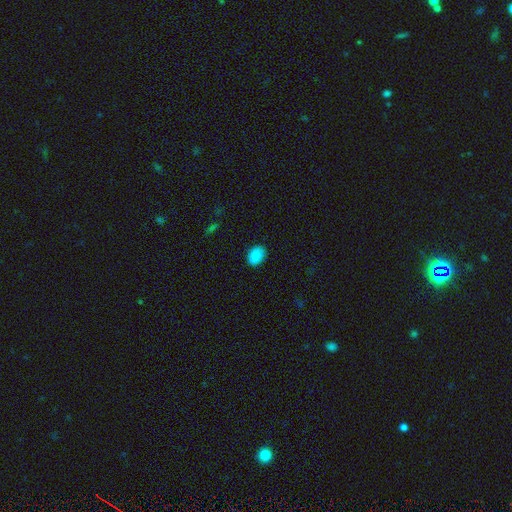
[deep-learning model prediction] This is clearly a smooth galaxy (88%). How rounded: likely in between (80%). Merging: clearly none (86%).